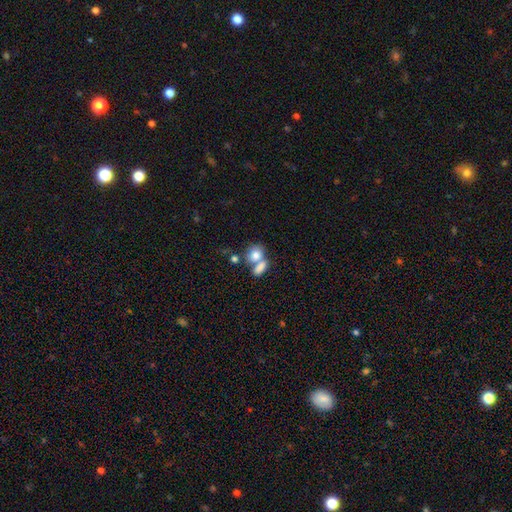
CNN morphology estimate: Smooth or featured? Predicted: smooth (p=0.78). How rounded? Predicted: in between (p=0.54). Merging? Predicted: merger (p=0.55).